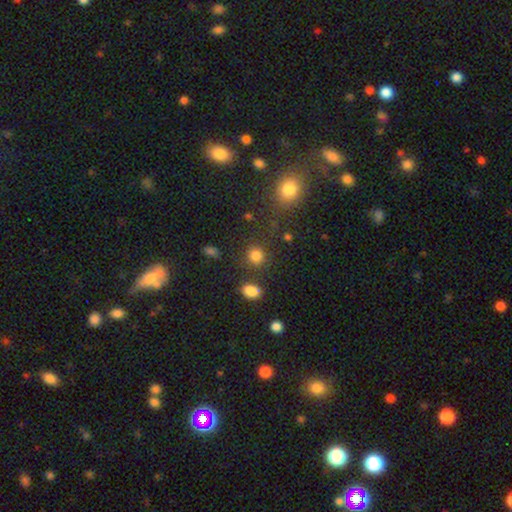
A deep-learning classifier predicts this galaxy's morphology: Smooth or featured: smooth — 81% (star or artifact — 14%)
How rounded: round — 84% (in between — 15%)
Merging: none — 78% (minor disturbance — 11%)